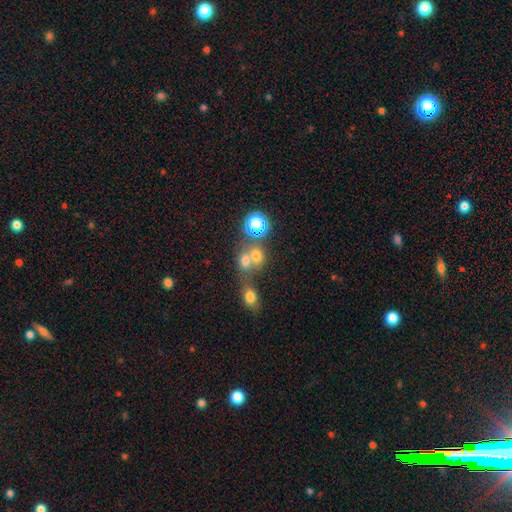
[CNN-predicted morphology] type=smooth (66%); roundness=round (67%); merging=merger (53%).